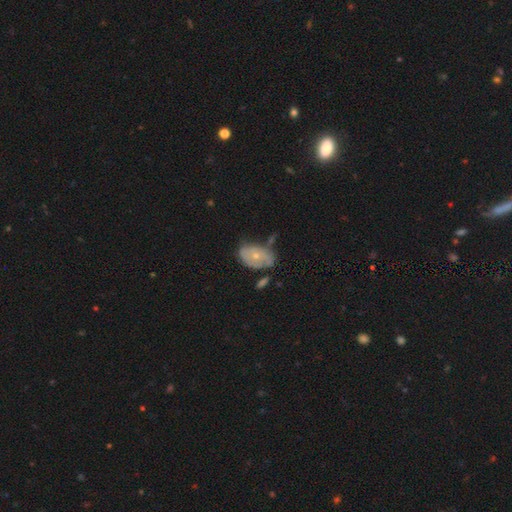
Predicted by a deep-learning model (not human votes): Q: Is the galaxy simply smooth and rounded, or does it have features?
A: featured or disk — 53%.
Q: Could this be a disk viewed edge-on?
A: no — 94%.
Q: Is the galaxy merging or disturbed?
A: none — 47%.